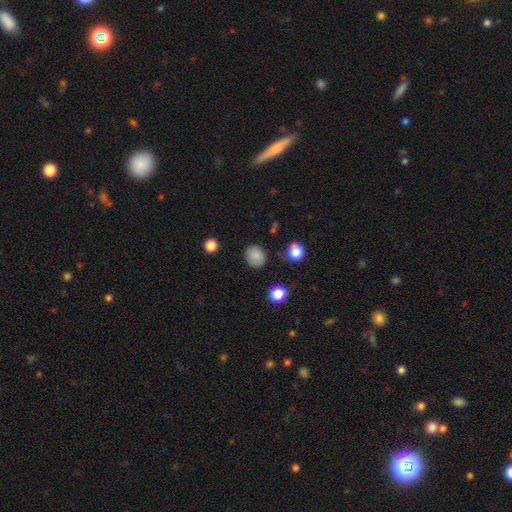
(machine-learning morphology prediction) This is clearly a smooth galaxy (84%). How rounded: likely round (62%). Merging: likely none (80%).